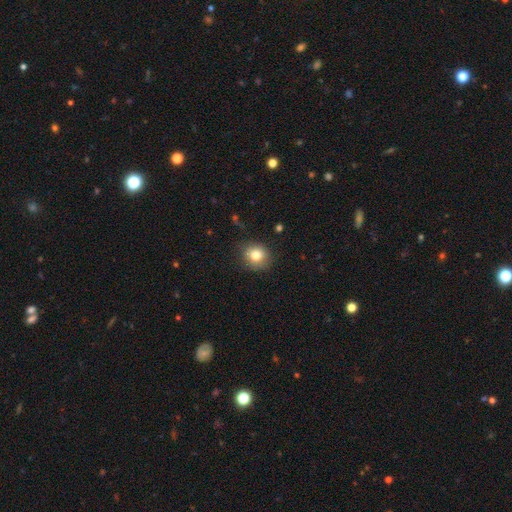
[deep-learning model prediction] A smooth galaxy with no disk features (80%) that is round (76%).

Vote fractions:
- Smooth or featured? smooth: 80% / star or artifact: 11% / featured or disk: 10%
- How rounded? round: 76% / in between: 23% / cigar-shaped: 1%
- Merging? none: 83% / minor disturbance: 13% / major disturbance: 3% / merger: 1%